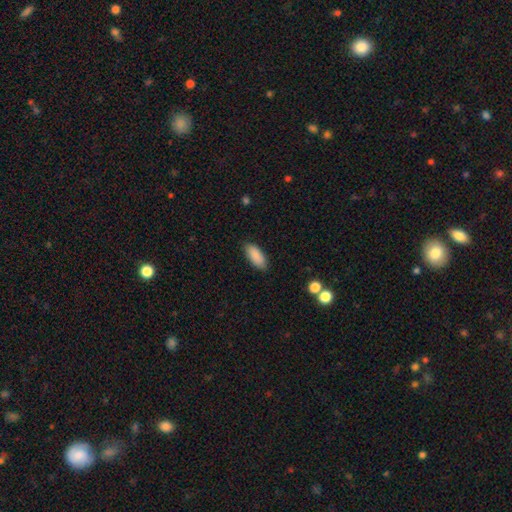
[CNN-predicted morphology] Smooth or featured? smooth (89%)
How rounded? in between (84%)
Merging? none (86%)